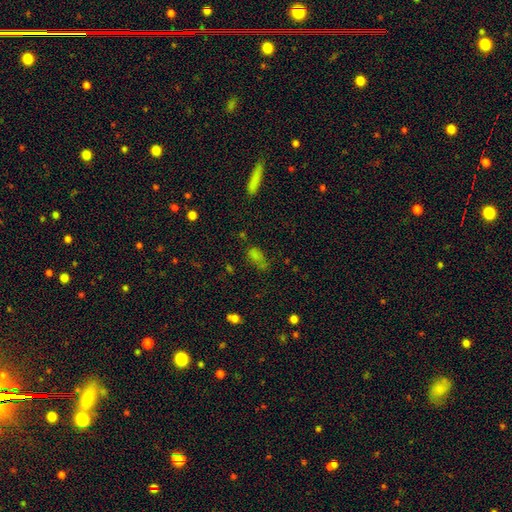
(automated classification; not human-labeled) Smooth or featured? smooth (68%)
How rounded? in between (84%)
Merging? none (44%)